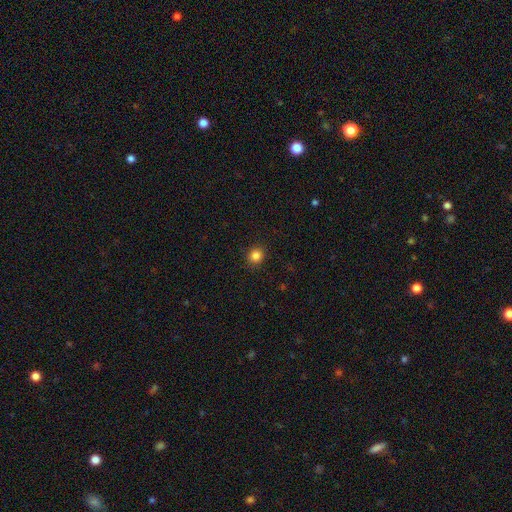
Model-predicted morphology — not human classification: This appears to be a smooth galaxy with no disk features (84%) that is round (86%). Merging: none (91%).